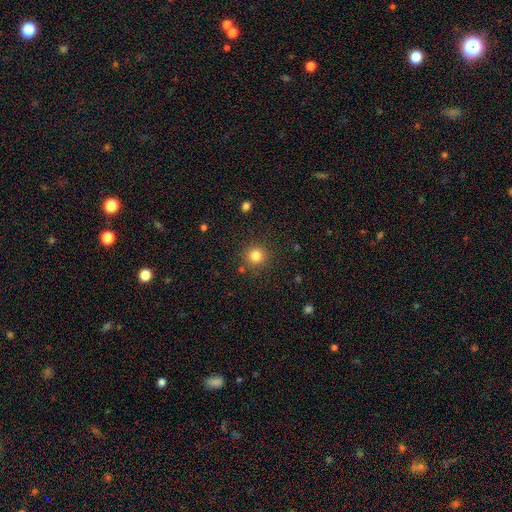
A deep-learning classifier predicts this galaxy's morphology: Overall: smooth (81%). How rounded: round (93%). Merging: none (87%).